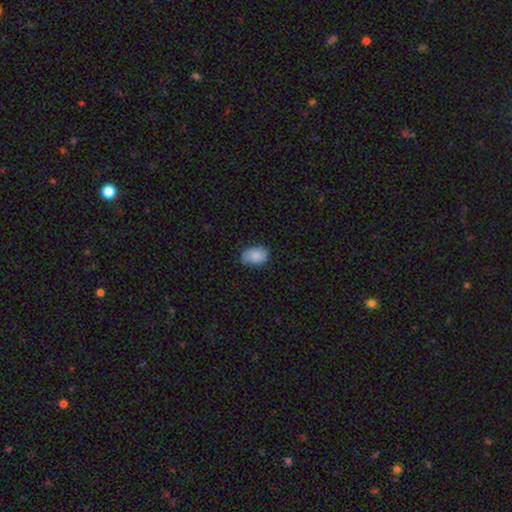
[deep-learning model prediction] Smooth or featured: smooth — 86% (star or artifact — 7%)
How rounded: in between — 86% (round — 12%)
Merging: none — 72% (minor disturbance — 24%)